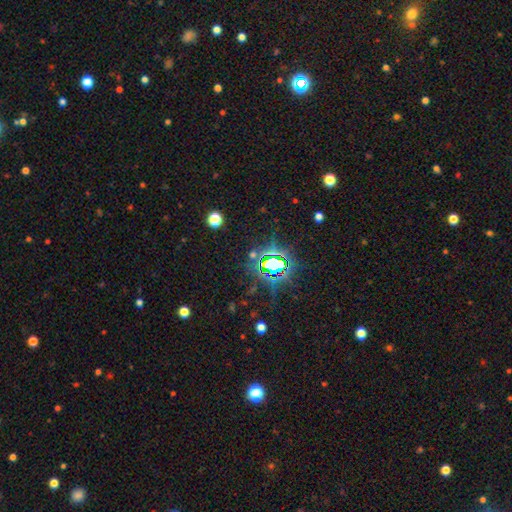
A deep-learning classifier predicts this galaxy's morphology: This is clearly a star or artifact rather than a galaxy (80%).